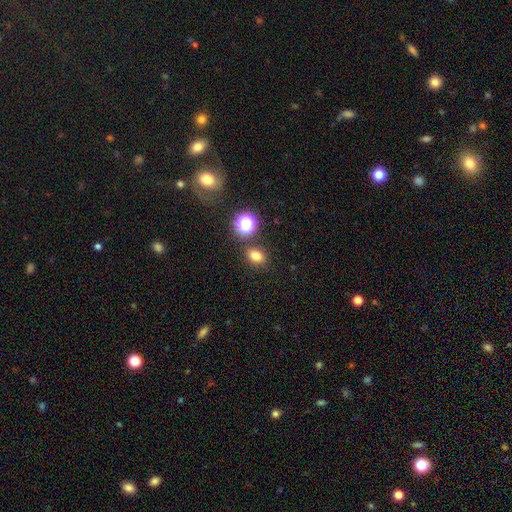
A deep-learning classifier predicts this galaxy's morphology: A smooth galaxy with no disk features (75%) that is in between round and cigar-shaped (58%). Merging: none (80%).